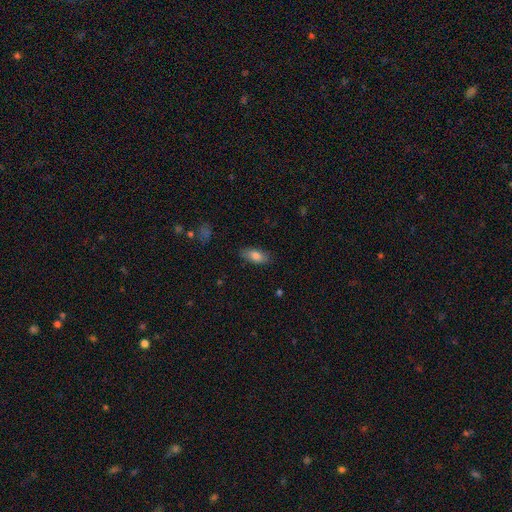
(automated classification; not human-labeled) smooth_or_featured: smooth (p=0.82) [alt: featured or disk p=0.11]
how_rounded: in between (p=0.86) [alt: cigar-shaped p=0.11]
merging: none (p=0.84) [alt: minor disturbance p=0.12]